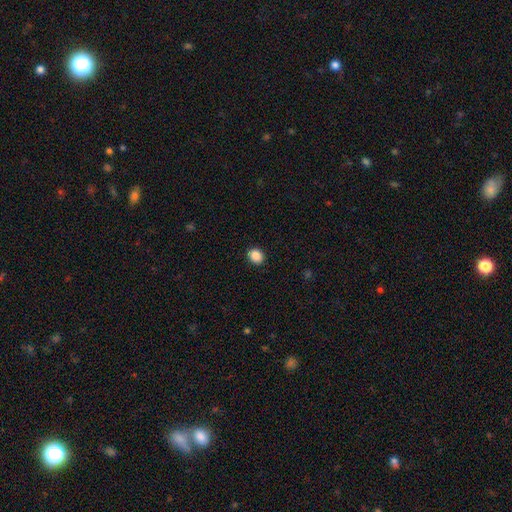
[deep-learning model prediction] A smooth galaxy with no disk features (89%) that is round (57%).

Vote fractions:
- Smooth or featured? smooth: 89% / star or artifact: 9% / featured or disk: 3%
- How rounded? round: 57% / in between: 42% / cigar-shaped: 1%
- Merging? none: 90% / minor disturbance: 7% / major disturbance: 2% / merger: 1%